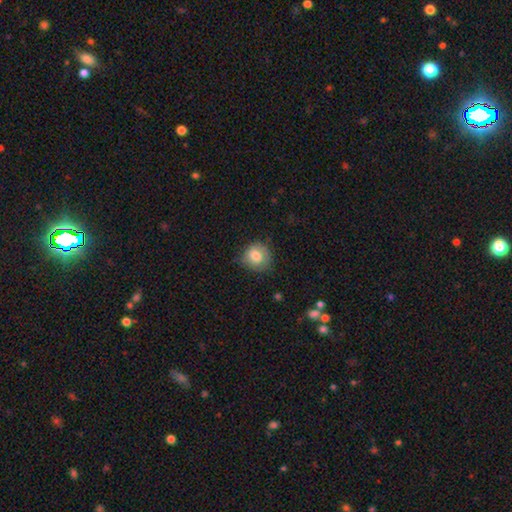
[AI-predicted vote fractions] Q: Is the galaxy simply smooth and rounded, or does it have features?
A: smooth — 79%.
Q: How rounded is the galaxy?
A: round — 81%.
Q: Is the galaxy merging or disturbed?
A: none — 68%.